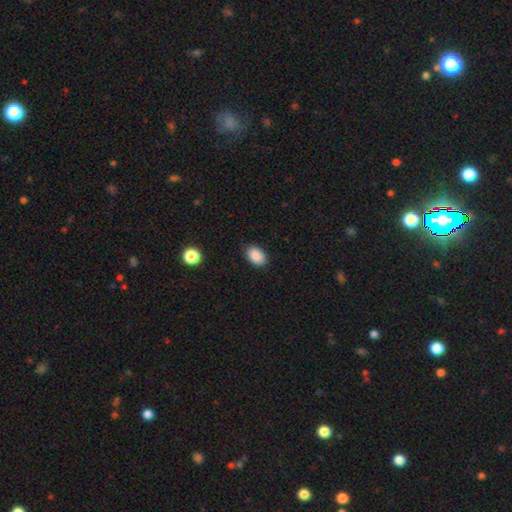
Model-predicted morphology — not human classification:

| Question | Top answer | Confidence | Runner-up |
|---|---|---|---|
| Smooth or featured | smooth | 88% | star or artifact (8%) |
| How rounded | in between | 84% | round (15%) |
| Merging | none | 86% | minor disturbance (11%) |